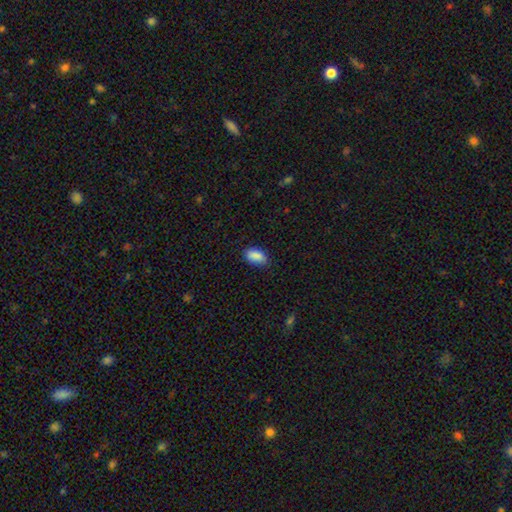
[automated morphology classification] Smooth or featured?
  - smooth: 89% *
  - star or artifact: 7%
  - featured or disk: 4%
How rounded?
  - in between: 92% *
  - round: 5%
  - cigar-shaped: 3%
Merging?
  - none: 79% *
  - minor disturbance: 17%
  - major disturbance: 3%
  - merger: 1%